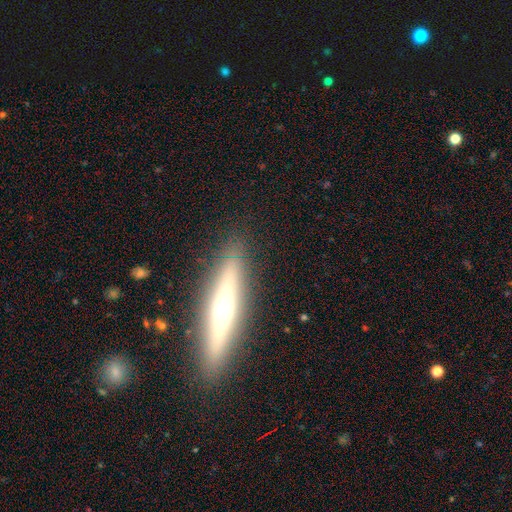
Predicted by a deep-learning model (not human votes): smooth_or_featured: featured or disk (p=0.64) [alt: smooth p=0.28]
disk_edge_on: yes (p=0.93) [alt: no p=0.07]
edge_on_bulge: rounded (p=0.85) [alt: none p=0.11]
merging: none (p=0.89) [alt: minor disturbance p=0.08]